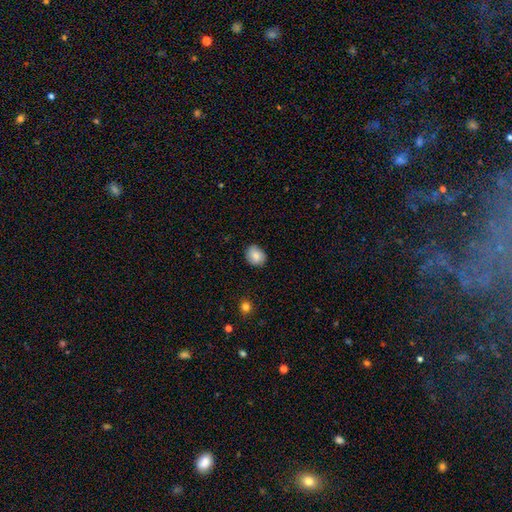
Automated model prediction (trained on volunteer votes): A smooth galaxy with no disk features (82%) that is round (61%).

Vote fractions:
- Smooth or featured? smooth: 82% / featured or disk: 10% / star or artifact: 8%
- How rounded? round: 61% / in between: 38% / cigar-shaped: 1%
- Merging? none: 81% / minor disturbance: 16% / major disturbance: 3% / merger: 1%